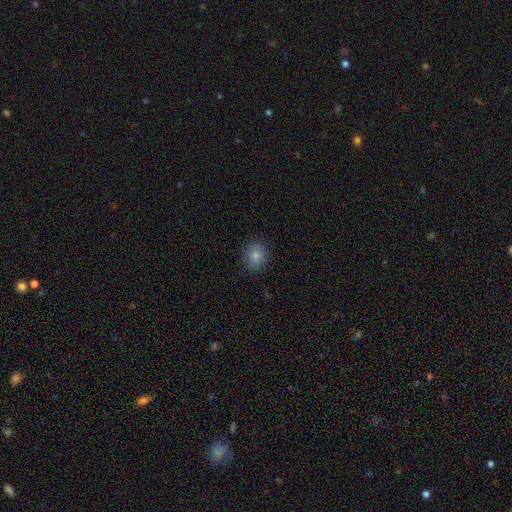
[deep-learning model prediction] Overall: smooth (82%). How rounded: round (61%; in between 38%). Merging: none (86%).